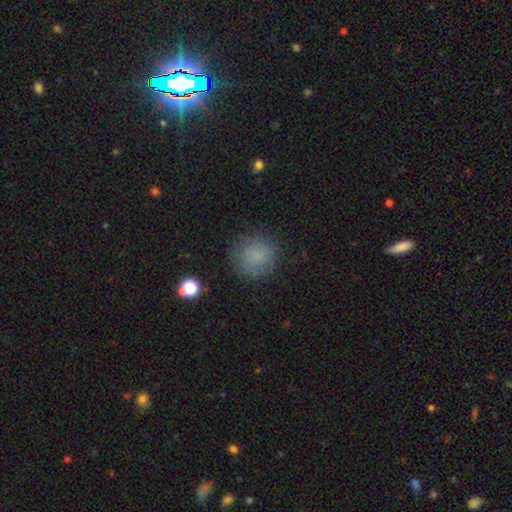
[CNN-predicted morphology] smooth_or_featured: smooth (p=0.81) [alt: star or artifact p=0.11]
how_rounded: round (p=0.90) [alt: in between p=0.09]
merging: none (p=0.80) [alt: minor disturbance p=0.14]